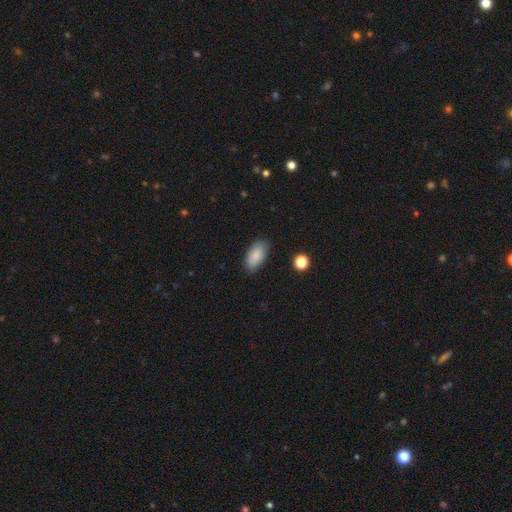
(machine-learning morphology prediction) Smooth or featured? smooth (87%)
How rounded? in between (93%)
Merging? none (82%)